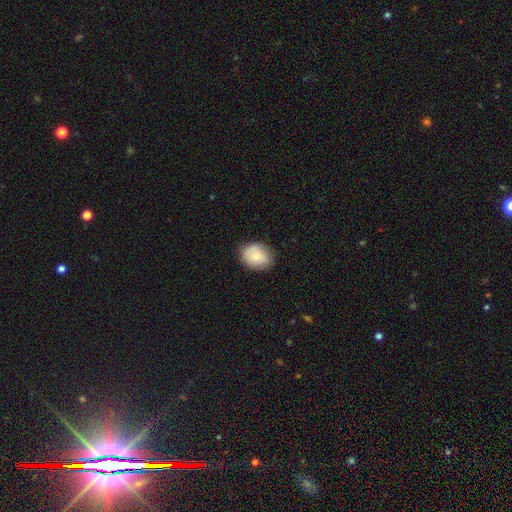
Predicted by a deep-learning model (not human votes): This appears to be a smooth galaxy with no disk features (82%) that is in between round and cigar-shaped (56%). Merging: none (80%).